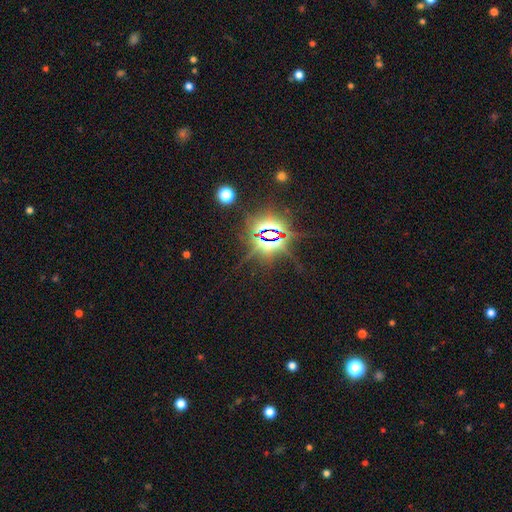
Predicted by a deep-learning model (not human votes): A star or artifact, not a galaxy (86%).

Vote fractions:
- Smooth or featured? star or artifact: 86% / smooth: 7% / featured or disk: 7%